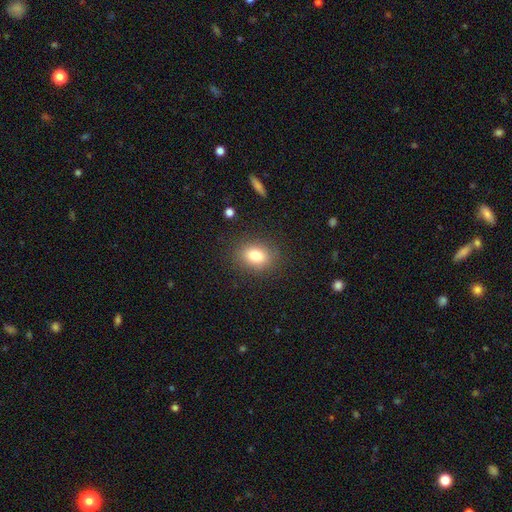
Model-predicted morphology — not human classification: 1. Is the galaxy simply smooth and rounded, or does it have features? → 82% smooth, 10% star or artifact, 9% featured or disk.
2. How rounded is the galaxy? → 67% in between, 32% round, 1% cigar-shaped.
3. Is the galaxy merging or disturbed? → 85% none, 10% minor disturbance, 4% major disturbance, 1% merger.